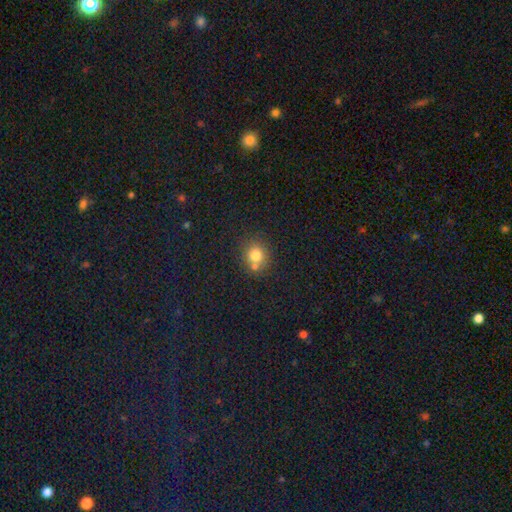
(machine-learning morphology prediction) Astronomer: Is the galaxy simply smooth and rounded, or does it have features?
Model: smooth — 77%.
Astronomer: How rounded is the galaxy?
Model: round — 85%.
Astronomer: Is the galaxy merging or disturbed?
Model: none — 59%.